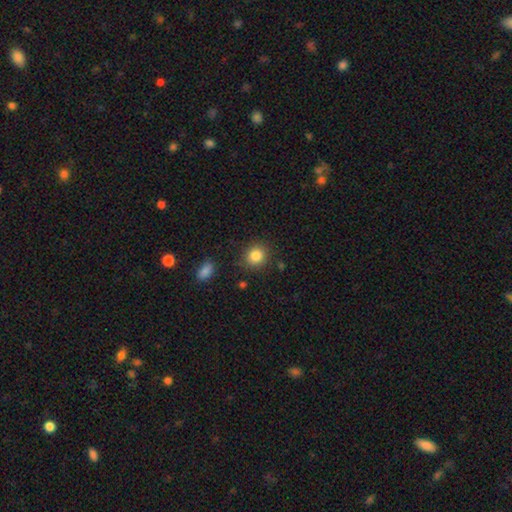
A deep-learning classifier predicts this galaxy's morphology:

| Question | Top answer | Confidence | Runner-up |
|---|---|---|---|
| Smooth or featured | smooth | 85% | star or artifact (10%) |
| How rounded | round | 80% | in between (19%) |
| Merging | none | 85% | minor disturbance (10%) |